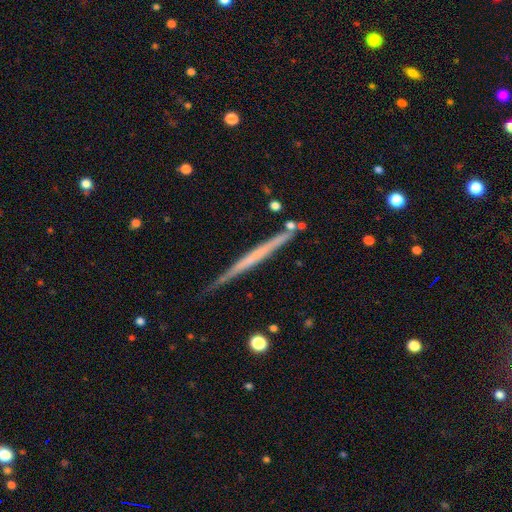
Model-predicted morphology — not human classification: This is possibly a featured or disk galaxy (57%). It is clearly viewed edge-on (97%). Edge-on bulge: clearly none (90%). Merging: clearly none (86%).